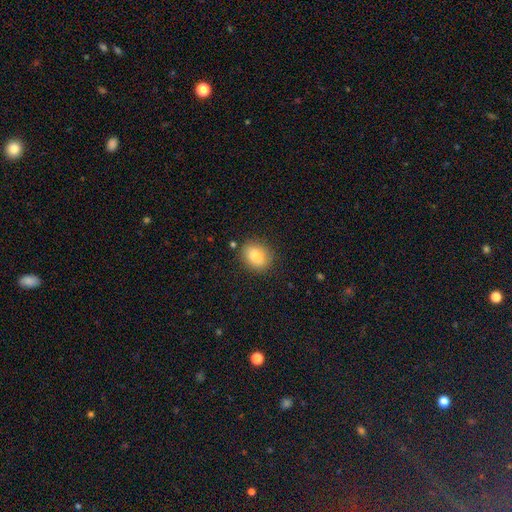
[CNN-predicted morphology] Smooth or featured? smooth (81%)
How rounded? in between (54%)
Merging? none (82%)